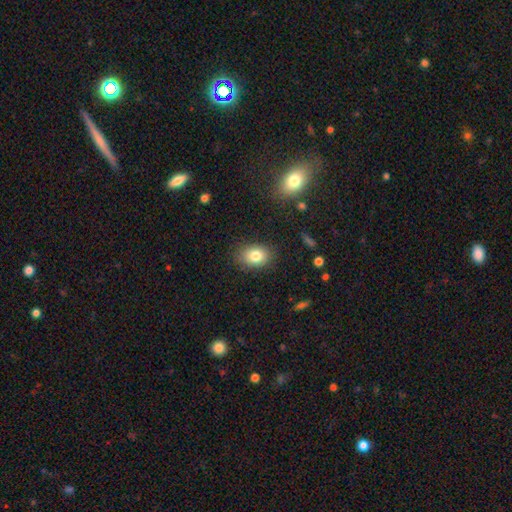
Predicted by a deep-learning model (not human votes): smooth_or_featured: smooth (p=0.82) [alt: star or artifact p=0.10]
how_rounded: in between (p=0.74) [alt: round p=0.25]
merging: none (p=0.84) [alt: minor disturbance p=0.12]